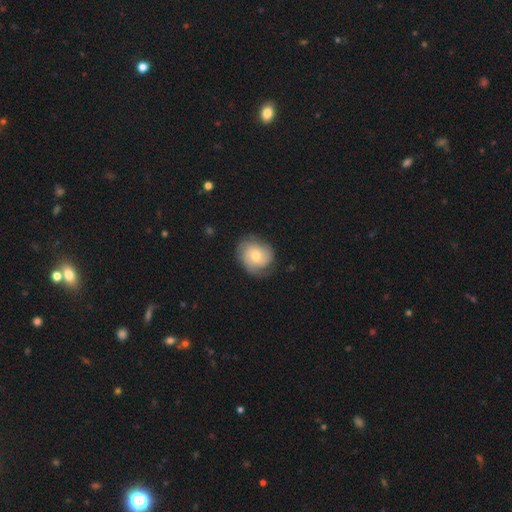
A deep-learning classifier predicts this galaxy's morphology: Smooth or featured?
  - featured or disk: 61% *
  - smooth: 33%
  - star or artifact: 7%
Edge-on disk?
  - no: 97% *
  - yes: 3%
Bar?
  - no: 68% *
  - weak: 28%
  - strong: 5%
Spiral arms?
  - yes: 88% *
  - no: 12%
Spiral winding?
  - tight: 56% *
  - medium: 33%
  - loose: 11%
Spiral arm count?
  - 2: 43% *
  - can't tell: 27%
  - 3: 18%
  - 1: 5%
  - 4: 4%
  - more than 4: 3%
Bulge size?
  - moderate: 64% *
  - small: 30%
  - large: 4%
  - none: 1%
  - dominant: 1%
Merging?
  - none: 74% *
  - minor disturbance: 19%
  - major disturbance: 6%
  - merger: 1%